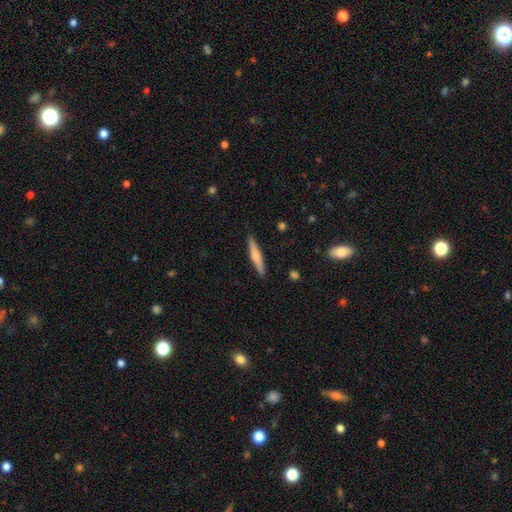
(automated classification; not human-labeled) This appears to be a smooth galaxy with no disk features (49%). Merging: none (90%).